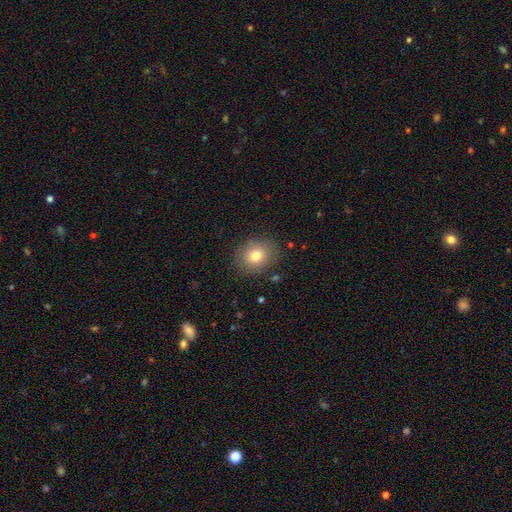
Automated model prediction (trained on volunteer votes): The model was most divided on "how rounded": round: 61%, in between: 38%, cigar-shaped: 1%. More confident: merging — none (84%); smooth or featured — smooth (78%).